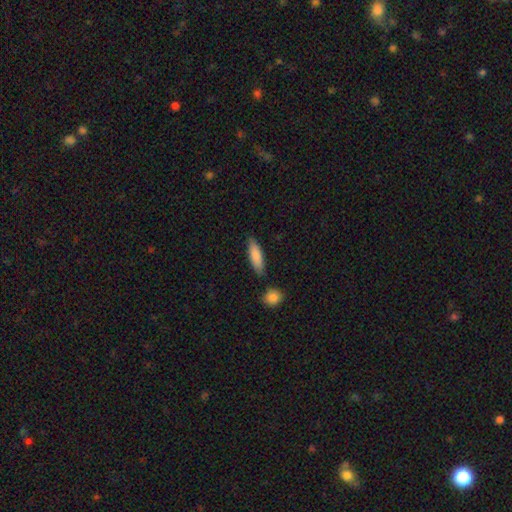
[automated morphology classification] Q: Smooth or featured?
A: smooth (85%); runner-up: featured or disk (10%)
Q: How rounded?
A: cigar-shaped (50%); runner-up: in between (48%)
Q: Merging?
A: none (79%); runner-up: minor disturbance (13%)